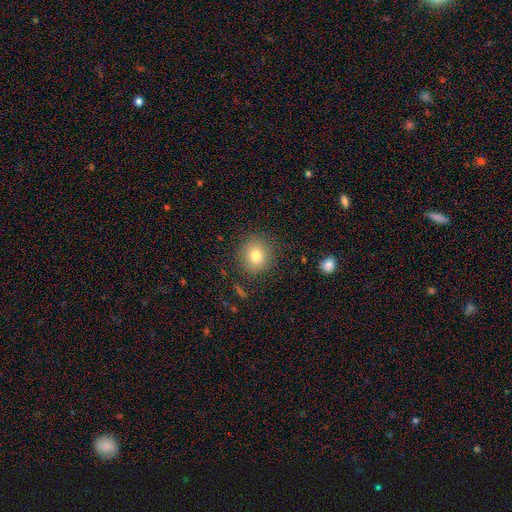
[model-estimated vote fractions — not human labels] A smooth galaxy with no disk features (78%) that is round (87%). Merging: none (87%).